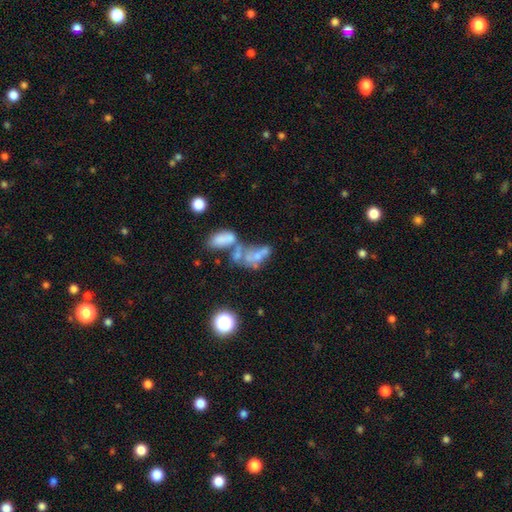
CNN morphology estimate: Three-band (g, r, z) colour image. It shows a smooth galaxy with no disk features (44%). Merging: merger (58%).